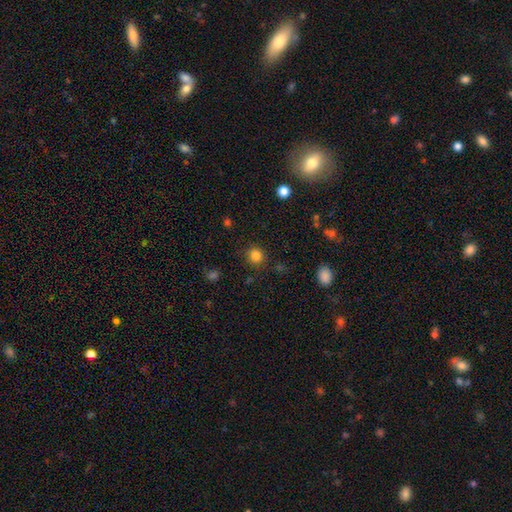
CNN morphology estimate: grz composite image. It shows a smooth galaxy with no disk features (83%) that is round (91%). Merging: none (88%).